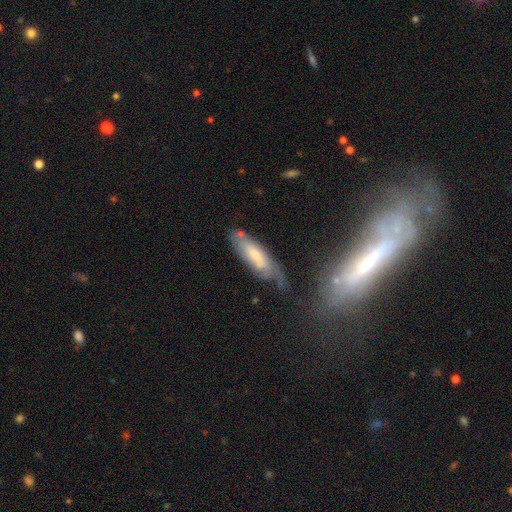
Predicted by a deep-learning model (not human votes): Overall: smooth (50%; featured or disk 43%). Merging: none (52%; minor disturbance 30%).